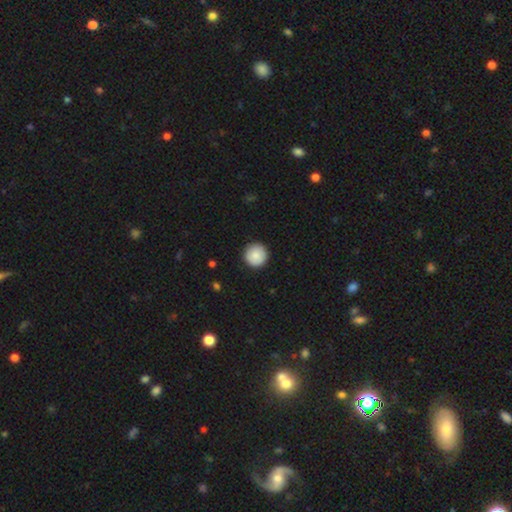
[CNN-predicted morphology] Smooth or featured?
  - smooth: 87% *
  - star or artifact: 7%
  - featured or disk: 6%
How rounded?
  - round: 97% *
  - in between: 2%
  - cigar-shaped: 1%
Merging?
  - none: 92% *
  - minor disturbance: 5%
  - major disturbance: 2%
  - merger: 1%